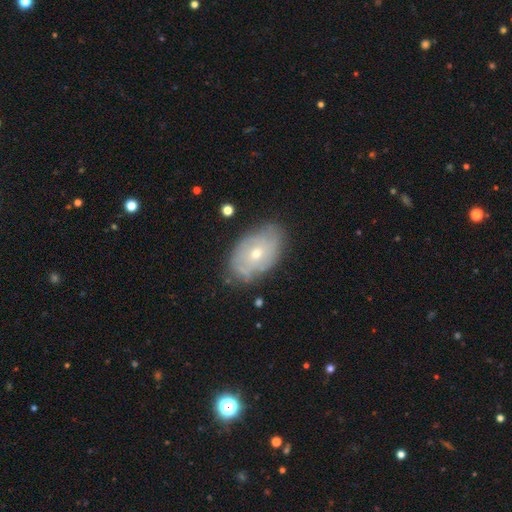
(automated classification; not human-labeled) Smooth or featured? Predicted: featured or disk (p=0.58). Edge-on disk? Predicted: no (p=0.92). Bar? Predicted: no (p=0.79). Spiral arms? Predicted: yes (p=0.64). Bulge size? Predicted: small (p=0.48, tied with moderate). Merging? Predicted: none (p=0.77).